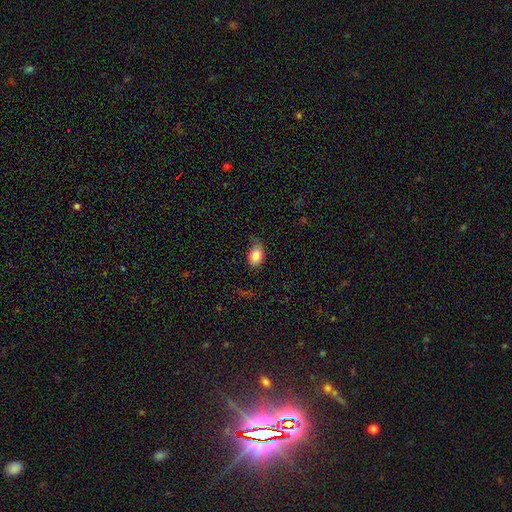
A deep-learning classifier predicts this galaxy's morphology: Smooth or featured?
  - smooth: 82% *
  - featured or disk: 10%
  - star or artifact: 8%
How rounded?
  - in between: 79% *
  - round: 20%
  - cigar-shaped: 1%
Merging?
  - none: 62% *
  - minor disturbance: 28%
  - major disturbance: 9%
  - merger: 2%